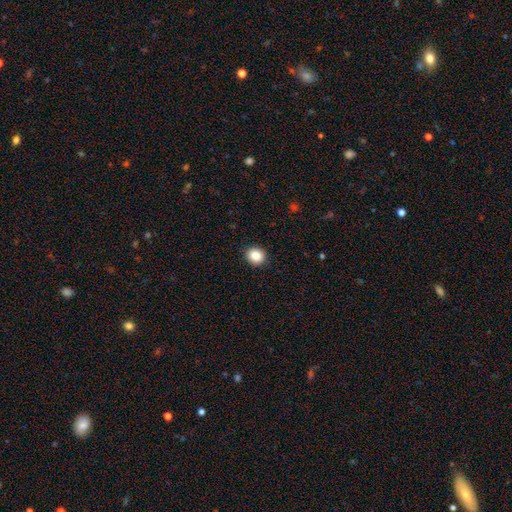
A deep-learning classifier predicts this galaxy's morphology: Overall: smooth (87%). How rounded: round (77%). Merging: none (91%).